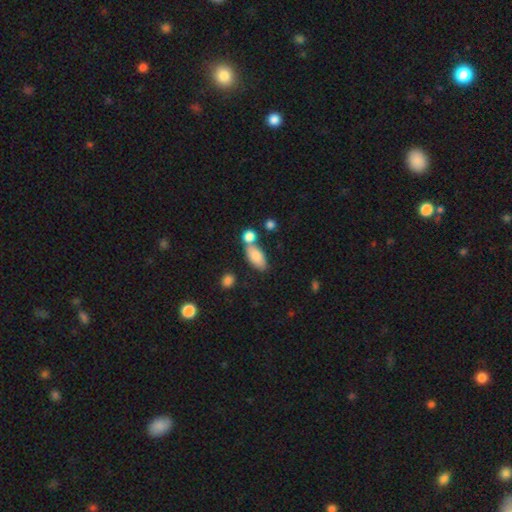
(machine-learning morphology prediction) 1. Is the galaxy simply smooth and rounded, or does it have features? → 83% smooth, 10% featured or disk, 8% star or artifact.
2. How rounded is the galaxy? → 87% in between, 9% cigar-shaped, 4% round.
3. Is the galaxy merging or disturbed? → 53% none, 27% merger, 15% minor disturbance, 5% major disturbance.